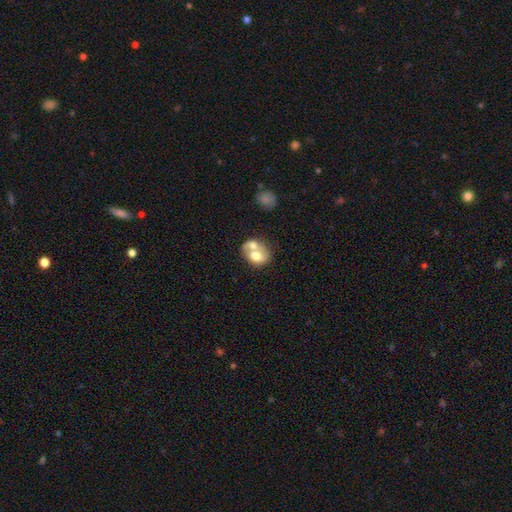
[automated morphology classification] Overall: smooth (63%; featured or disk 30%). How rounded: in between (54%; round 46%). Merging: merger (64%).